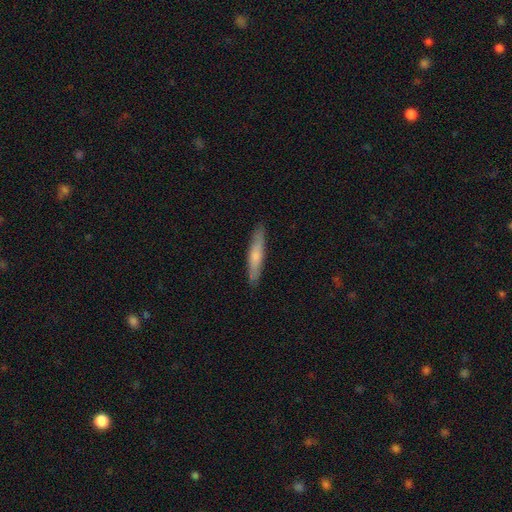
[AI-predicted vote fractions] This is likely a smooth galaxy (64%). How rounded: clearly cigar-shaped (91%). Merging: clearly none (90%).